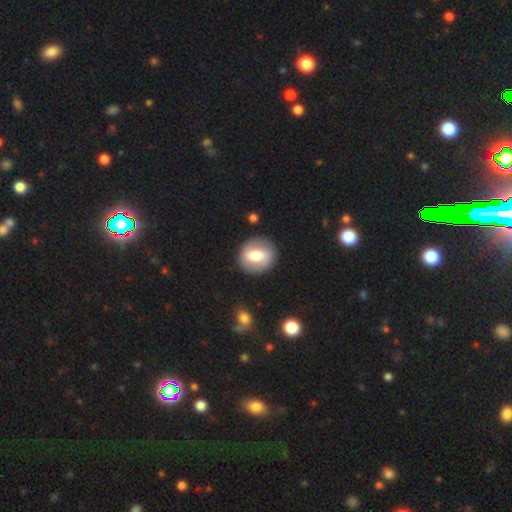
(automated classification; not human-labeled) Q: Smooth or featured?
A: smooth (54%); runner-up: featured or disk (39%)
Q: How rounded?
A: round (76%); runner-up: in between (23%)
Q: Merging?
A: none (85%); runner-up: minor disturbance (9%)